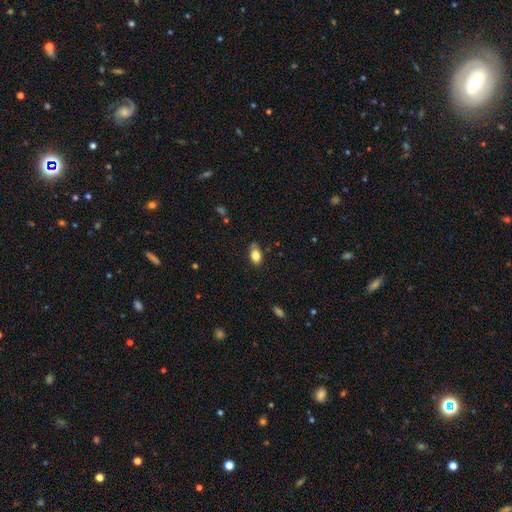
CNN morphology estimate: This appears to be a smooth galaxy with no disk features (81%) that is in between round and cigar-shaped (85%). Merging: none (64%).